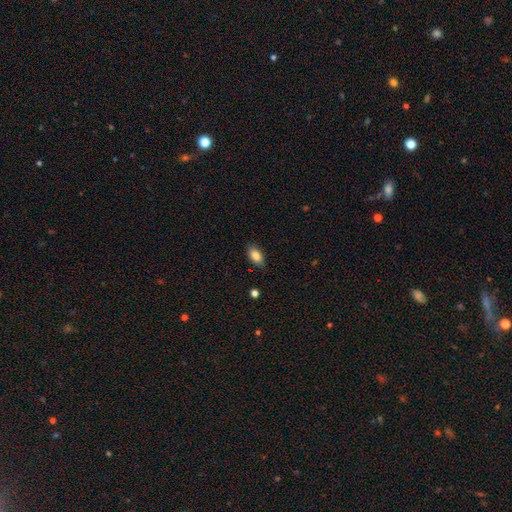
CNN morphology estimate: Q: Smooth or featured?
A: smooth (85%); runner-up: star or artifact (8%)
Q: How rounded?
A: in between (91%); runner-up: round (6%)
Q: Merging?
A: none (85%); runner-up: minor disturbance (12%)